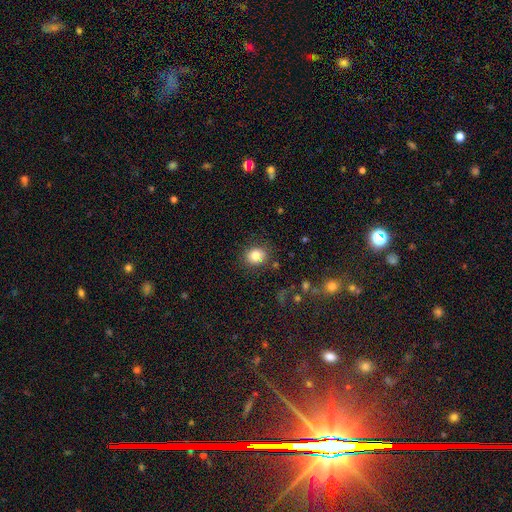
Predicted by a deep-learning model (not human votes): smooth 81%, star or artifact 11%, featured or disk 8%. Down the decision tree: how rounded — round (70%); merging — none (82%).